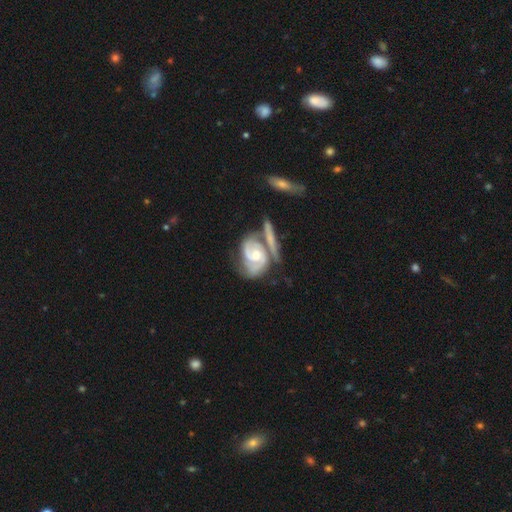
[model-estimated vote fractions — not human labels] smooth-or-featured: featured or disk: 88% | smooth: 8% | star or artifact: 4%
  disk-edge-on: no: 97% | yes: 3%
    bar: no: 56% | weak: 35% | strong: 9%
    has-spiral-arms: yes: 97% | no: 3%
      spiral-winding: tight: 53% | medium: 39% | loose: 8%
      spiral-arm-count: 2: 69% | 3: 12% | can't tell: 11% | 1: 4% | 4: 2% | more than 4: 2%
    bulge-size: moderate: 54% | small: 38% | large: 4% | none: 3% | dominant: 1%
  merging: none: 39% | merger: 32% | minor disturbance: 17% | major disturbance: 12%